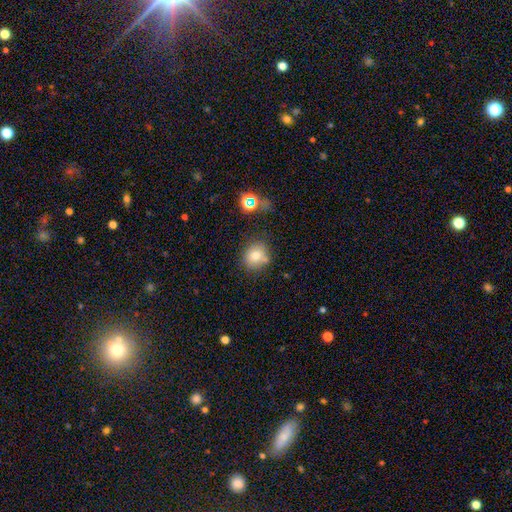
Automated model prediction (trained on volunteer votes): Q: Smooth or featured?
A: smooth (76%); runner-up: star or artifact (13%)
Q: How rounded?
A: round (77%); runner-up: in between (22%)
Q: Merging?
A: none (67%); runner-up: minor disturbance (16%)